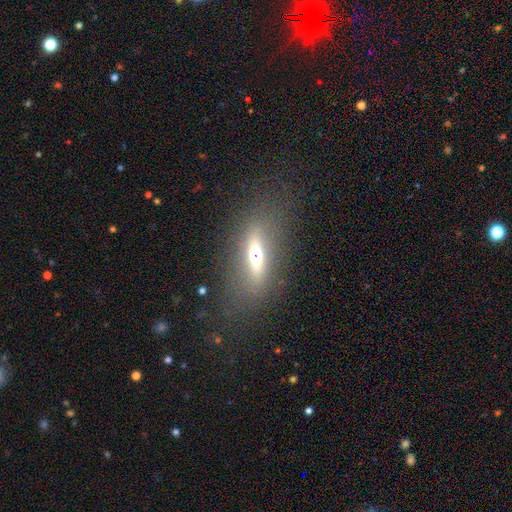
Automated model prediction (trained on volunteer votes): featured or disk 43%, smooth 39%, star or artifact 18%. Down the decision tree: merging — none (76%).